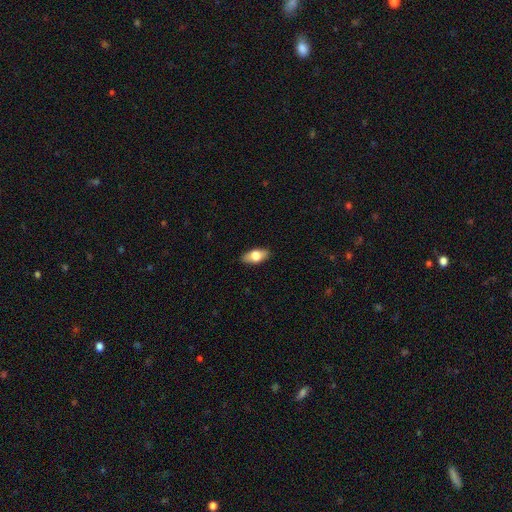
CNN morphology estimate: A smooth galaxy with no disk features (71%) that is in between round and cigar-shaped (87%).

Vote fractions:
- Smooth or featured? smooth: 71% / featured or disk: 23% / star or artifact: 6%
- How rounded? in between: 87% / cigar-shaped: 9% / round: 4%
- Merging? none: 88% / minor disturbance: 9% / major disturbance: 2% / merger: 1%